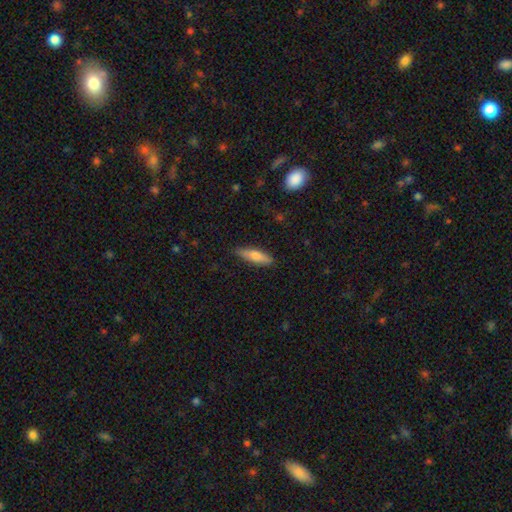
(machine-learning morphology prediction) Smooth or featured? Predicted: smooth (p=0.72). How rounded? Predicted: cigar-shaped (p=0.58). Merging? Predicted: none (p=0.83).